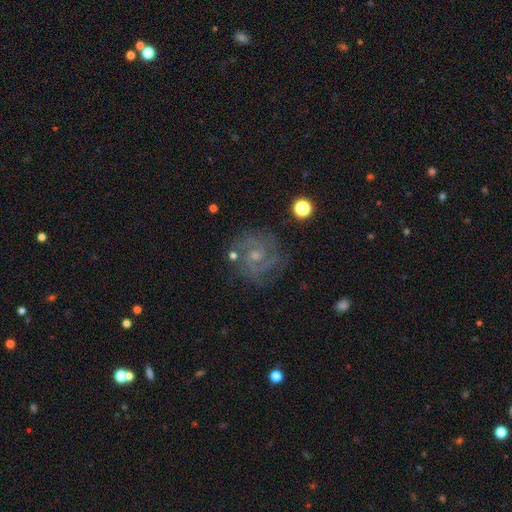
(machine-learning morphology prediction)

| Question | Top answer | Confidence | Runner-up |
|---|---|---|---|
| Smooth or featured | featured or disk | 83% | star or artifact (9%) |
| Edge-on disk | no | 98% | yes (2%) |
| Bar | no | 64% | weak (31%) |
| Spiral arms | yes | 96% | no (4%) |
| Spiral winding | tight | 58% | medium (36%) |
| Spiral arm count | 2 | 43% | 3 (25%) |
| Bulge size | small | 63% | moderate (30%) |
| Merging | none | 75% | minor disturbance (15%) |